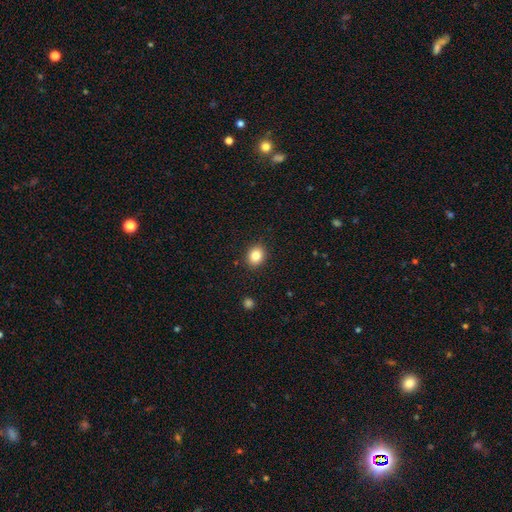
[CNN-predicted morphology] smooth-or-featured: smooth: 84% | star or artifact: 10% | featured or disk: 6%
  how-rounded: round: 57% | in between: 42% | cigar-shaped: 1%
  merging: none: 89% | minor disturbance: 7% | major disturbance: 2% | merger: 1%